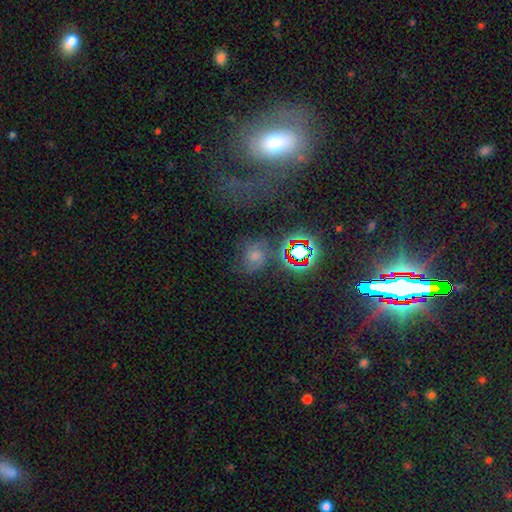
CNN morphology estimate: Q: Smooth or featured?
A: smooth (42%); runner-up: star or artifact (31%)
Q: Merging?
A: none (52%); runner-up: minor disturbance (21%)